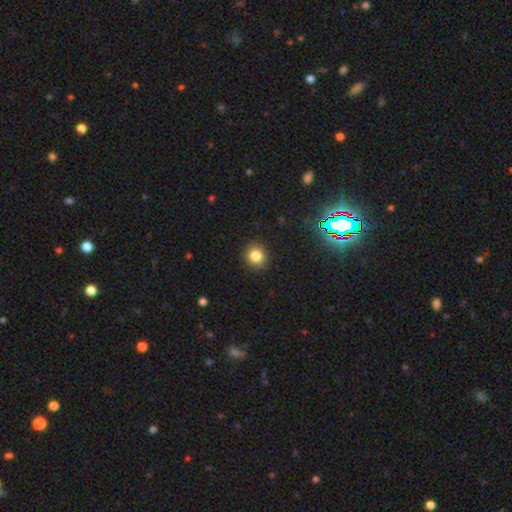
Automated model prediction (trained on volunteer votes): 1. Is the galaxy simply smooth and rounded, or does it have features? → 82% smooth, 13% star or artifact, 6% featured or disk.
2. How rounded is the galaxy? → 88% round, 11% in between, 1% cigar-shaped.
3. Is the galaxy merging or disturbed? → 90% none, 7% minor disturbance, 2% major disturbance, 1% merger.